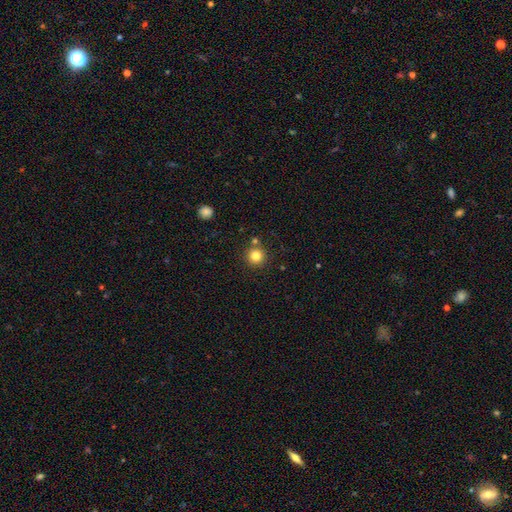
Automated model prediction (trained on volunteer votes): This is clearly a smooth galaxy (82%). How rounded: clearly round (95%). Merging: clearly none (83%).